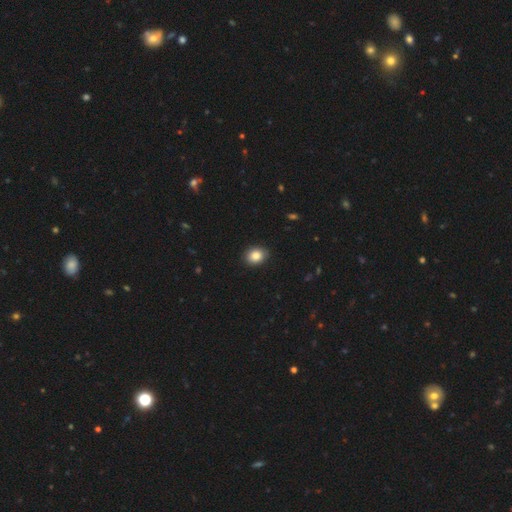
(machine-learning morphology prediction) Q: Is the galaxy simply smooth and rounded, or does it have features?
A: smooth — 86%.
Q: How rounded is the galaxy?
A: round — 50%.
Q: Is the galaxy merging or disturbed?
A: none — 89%.